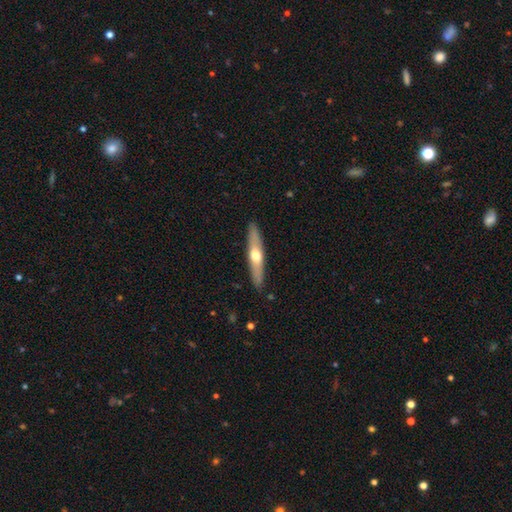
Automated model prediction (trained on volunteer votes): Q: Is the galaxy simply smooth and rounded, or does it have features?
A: featured or disk — 54%.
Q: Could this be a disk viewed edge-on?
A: yes — 90%.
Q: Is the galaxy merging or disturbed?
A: none — 89%.